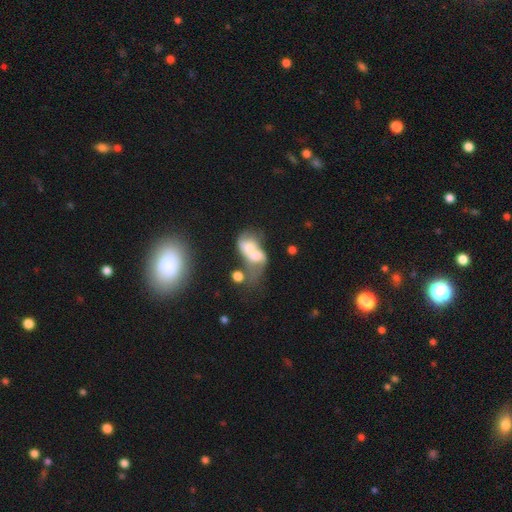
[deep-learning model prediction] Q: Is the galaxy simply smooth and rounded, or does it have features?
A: smooth — 47%.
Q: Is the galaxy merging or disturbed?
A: merger — 77%.